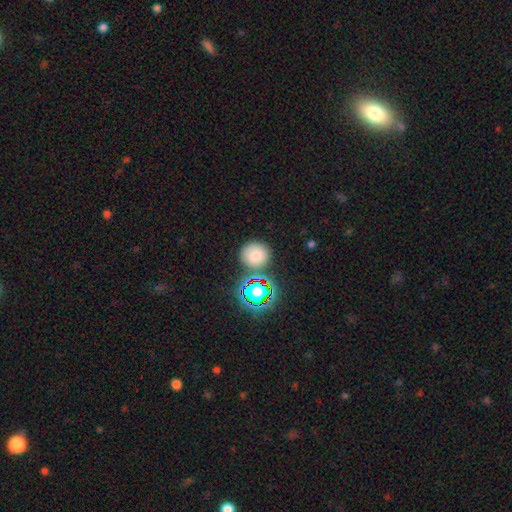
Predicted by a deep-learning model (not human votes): A smooth galaxy with no disk features (68%) that is round (87%).

Vote fractions:
- Smooth or featured? smooth: 68% / star or artifact: 20% / featured or disk: 12%
- How rounded? round: 87% / in between: 12% / cigar-shaped: 1%
- Merging? none: 75% / minor disturbance: 11% / merger: 10% / major disturbance: 4%